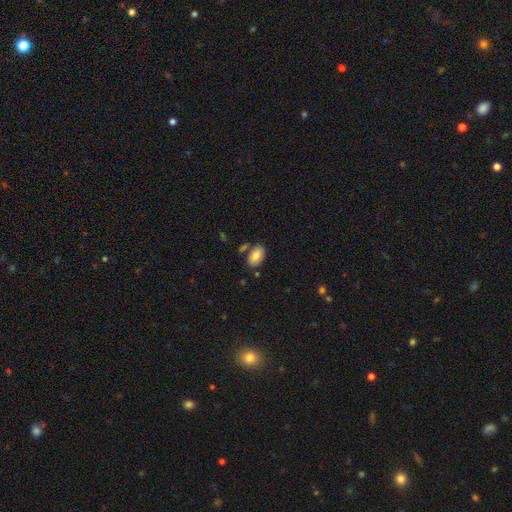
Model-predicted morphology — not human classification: Smooth or featured? Predicted: smooth (p=0.82). How rounded? Predicted: in between (p=0.92). Merging? Predicted: none (p=0.75).